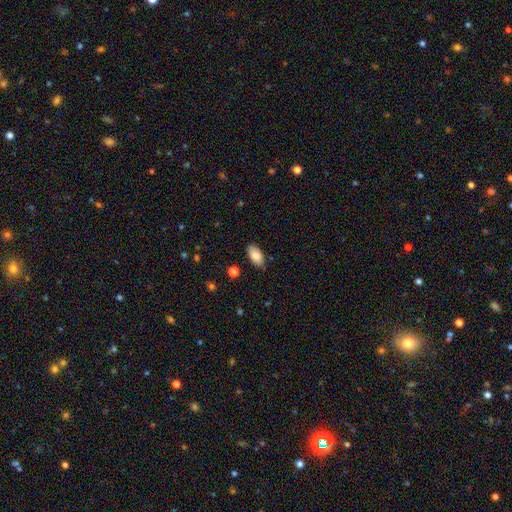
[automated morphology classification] Smooth or featured?
  - smooth: 85% *
  - featured or disk: 8%
  - star or artifact: 7%
How rounded?
  - in between: 94% *
  - cigar-shaped: 4%
  - round: 3%
Merging?
  - none: 85% *
  - minor disturbance: 12%
  - major disturbance: 2%
  - merger: 1%